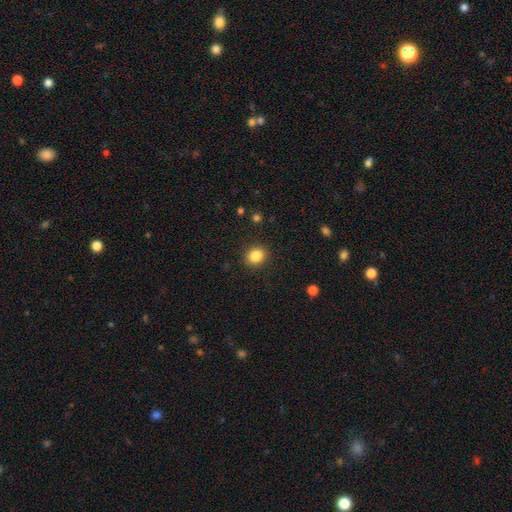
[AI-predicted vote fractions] A smooth galaxy with no disk features (84%) that is round (73%).

Vote fractions:
- Smooth or featured? smooth: 84% / star or artifact: 11% / featured or disk: 5%
- How rounded? round: 73% / in between: 26% / cigar-shaped: 1%
- Merging? none: 90% / minor disturbance: 6% / major disturbance: 2% / merger: 1%